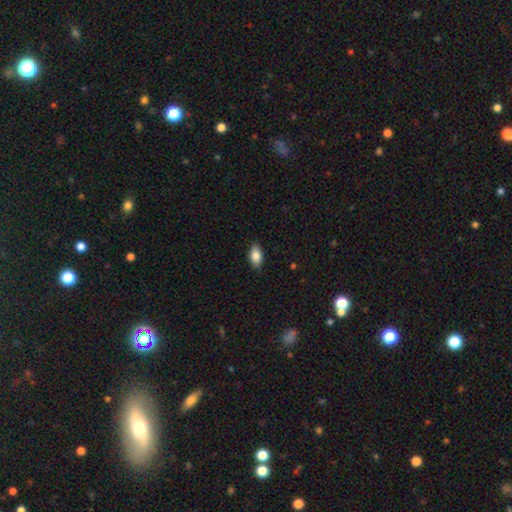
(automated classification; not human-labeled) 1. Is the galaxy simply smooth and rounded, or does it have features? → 85% smooth, 8% featured or disk, 7% star or artifact.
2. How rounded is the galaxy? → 91% in between, 4% round, 4% cigar-shaped.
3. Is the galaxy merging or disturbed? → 88% none, 10% minor disturbance, 2% major disturbance, 1% merger.